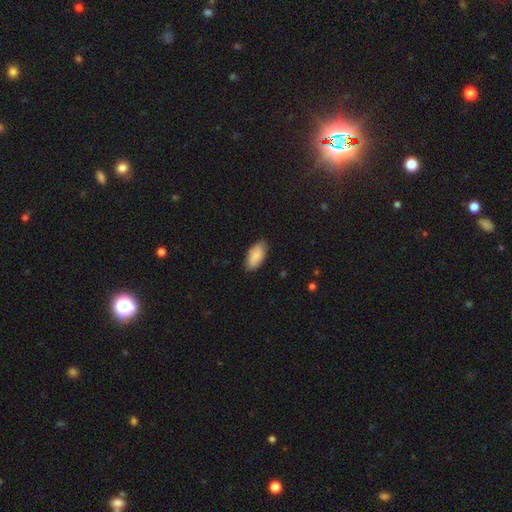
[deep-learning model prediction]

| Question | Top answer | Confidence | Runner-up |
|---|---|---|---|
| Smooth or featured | smooth | 85% | featured or disk (9%) |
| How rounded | in between | 94% | cigar-shaped (4%) |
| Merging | none | 83% | minor disturbance (13%) |